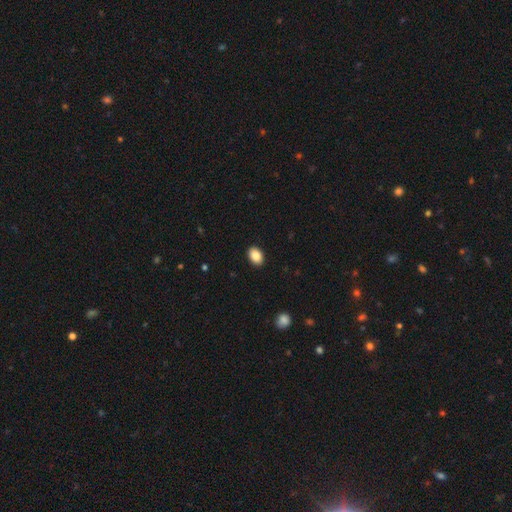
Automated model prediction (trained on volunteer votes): smooth_or_featured: smooth (p=0.89) [alt: star or artifact p=0.08]
how_rounded: in between (p=0.82) [alt: round p=0.17]
merging: none (p=0.91) [alt: minor disturbance p=0.07]